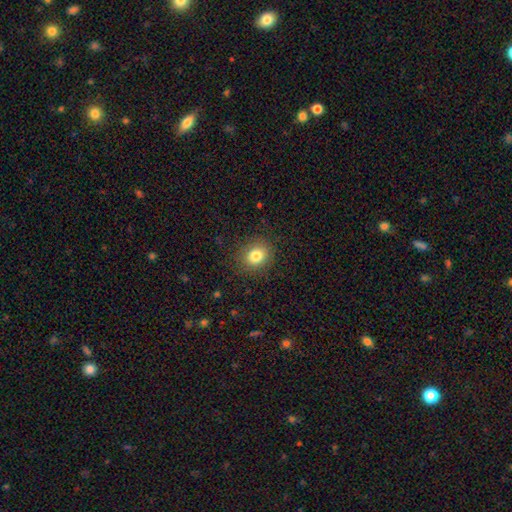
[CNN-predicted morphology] A smooth galaxy with no disk features (81%) that is round (69%).

Vote fractions:
- Smooth or featured? smooth: 81% / star or artifact: 11% / featured or disk: 8%
- How rounded? round: 69% / in between: 31% / cigar-shaped: 1%
- Merging? none: 86% / minor disturbance: 9% / major disturbance: 3% / merger: 1%